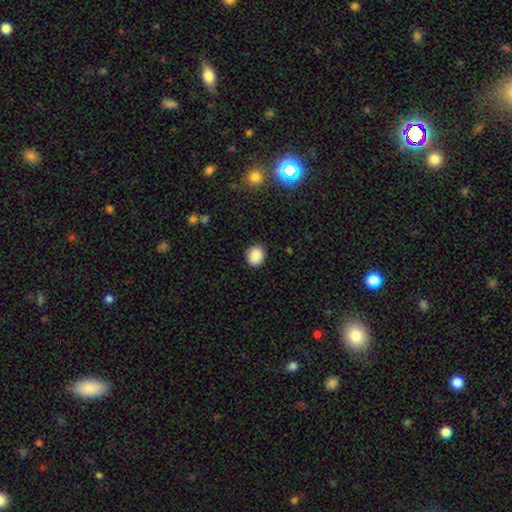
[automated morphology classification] Overall: smooth (88%). How rounded: round (69%; in between 30%). Merging: none (88%).